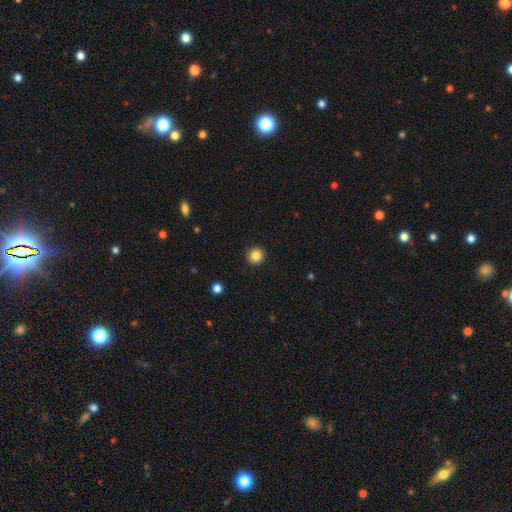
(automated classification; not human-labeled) Smooth or featured: smooth — 85% (star or artifact — 11%)
How rounded: round — 94% (in between — 6%)
Merging: none — 93% (minor disturbance — 4%)